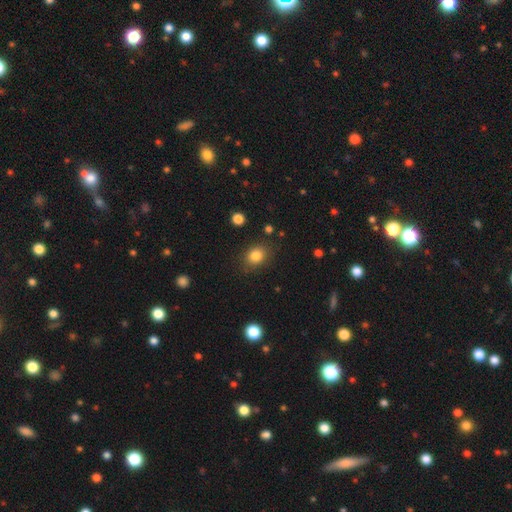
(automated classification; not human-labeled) smooth 83%, star or artifact 11%, featured or disk 7%. Down the decision tree: how rounded — in between (51%); merging — none (82%).